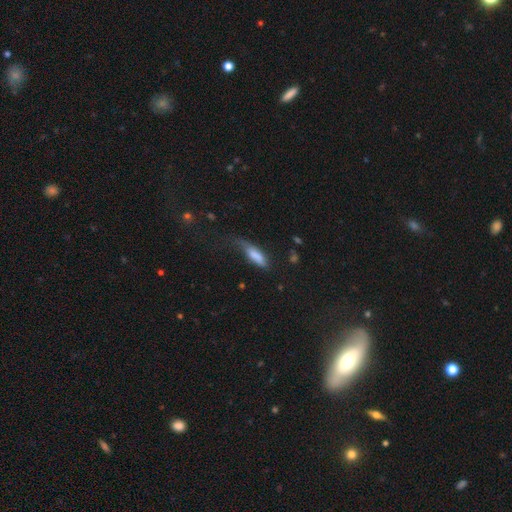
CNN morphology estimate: Smooth or featured? Predicted: smooth (p=0.78). How rounded? Predicted: in between (p=0.54). Merging? Predicted: minor disturbance (p=0.36).